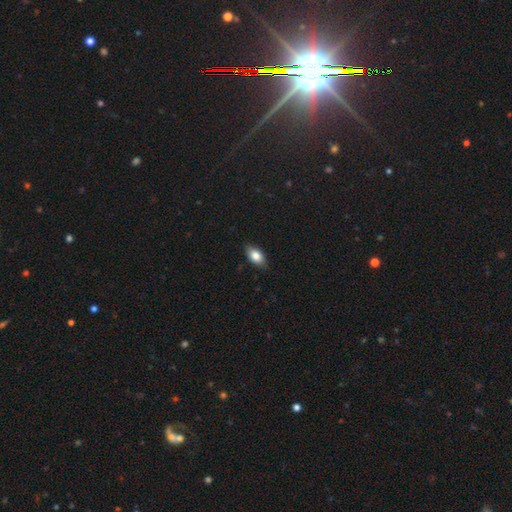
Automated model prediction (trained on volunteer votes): A smooth galaxy with no disk features (81%) that is in between round and cigar-shaped (89%).

Vote fractions:
- Smooth or featured? smooth: 81% / featured or disk: 12% / star or artifact: 7%
- How rounded? in between: 89% / round: 7% / cigar-shaped: 4%
- Merging? none: 83% / minor disturbance: 14% / major disturbance: 2% / merger: 1%